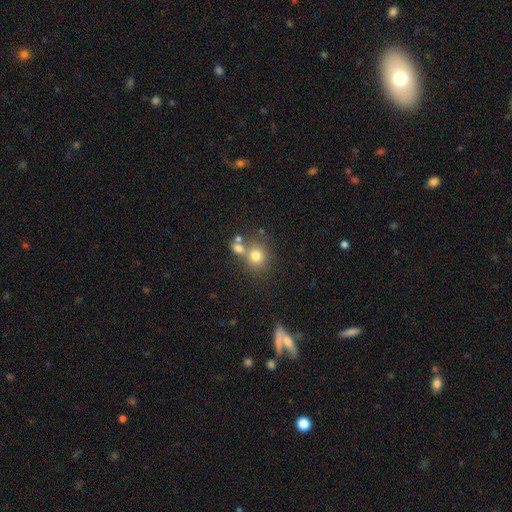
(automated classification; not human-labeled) smooth-or-featured: smooth: 75% | star or artifact: 14% | featured or disk: 11%
  how-rounded: round: 82% | in between: 17% | cigar-shaped: 1%
  merging: none: 57% | merger: 29% | minor disturbance: 10% | major disturbance: 4%